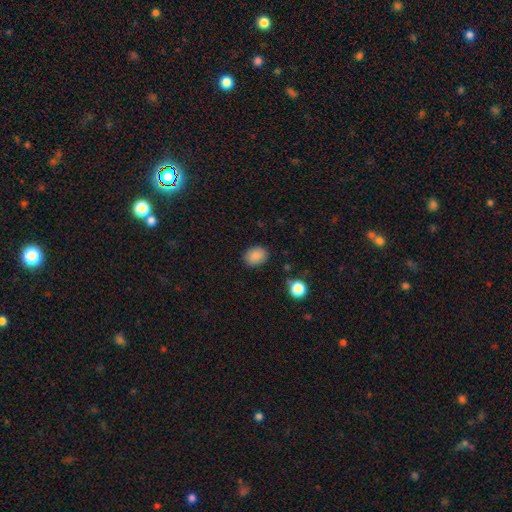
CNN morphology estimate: smooth-or-featured: smooth: 87% | star or artifact: 9% | featured or disk: 4%
  how-rounded: in between: 55% | round: 44% | cigar-shaped: 1%
  merging: none: 85% | minor disturbance: 11% | major disturbance: 3% | merger: 2%